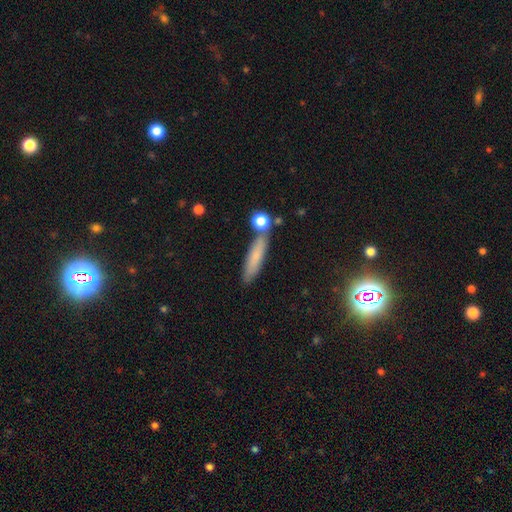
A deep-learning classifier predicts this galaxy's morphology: Smooth or featured? Predicted: smooth (p=0.72). How rounded? Predicted: cigar-shaped (p=0.79). Merging? Predicted: none (p=0.76).